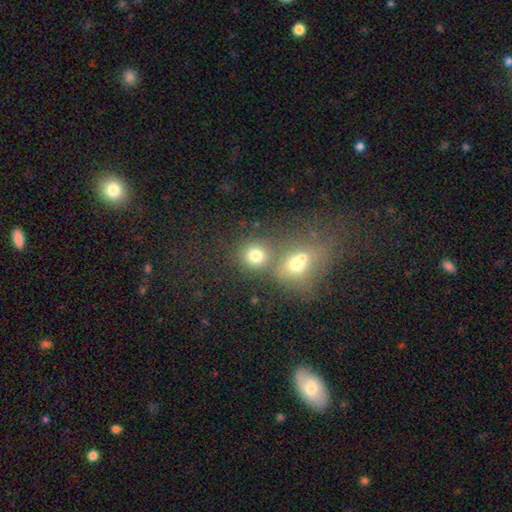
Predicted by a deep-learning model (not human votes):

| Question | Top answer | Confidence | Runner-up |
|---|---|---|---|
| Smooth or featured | smooth | 75% | star or artifact (16%) |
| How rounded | round | 85% | in between (14%) |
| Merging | none | 52% | merger (36%) |